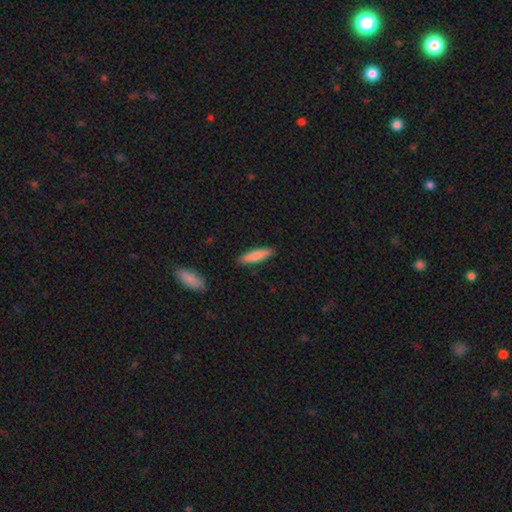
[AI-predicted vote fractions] Q: Smooth or featured?
A: smooth (84%); runner-up: featured or disk (11%)
Q: How rounded?
A: cigar-shaped (78%); runner-up: in between (21%)
Q: Merging?
A: none (89%); runner-up: minor disturbance (8%)